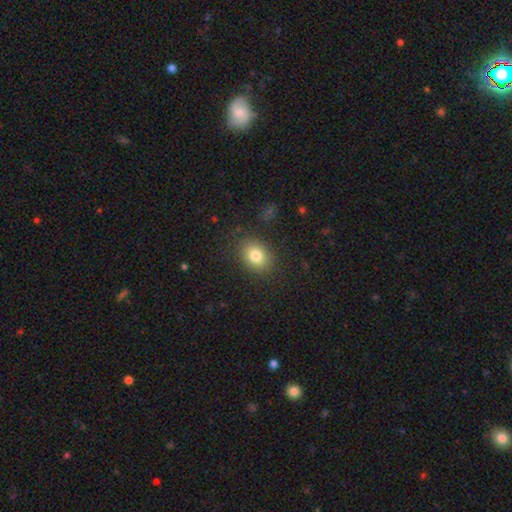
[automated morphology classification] Overall: smooth (80%). How rounded: in between (56%; round 43%). Merging: none (85%).